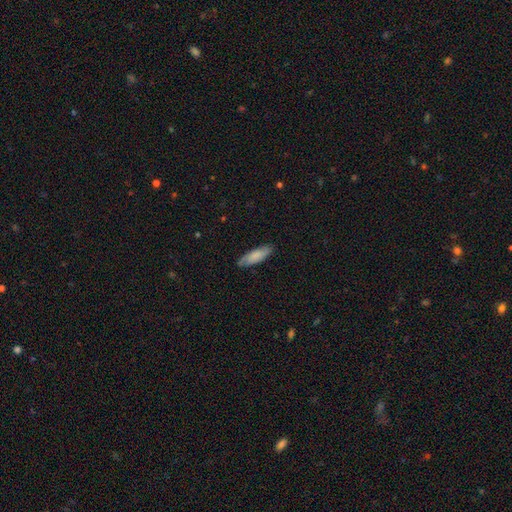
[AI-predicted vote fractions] Q: Smooth or featured?
A: smooth (70%); runner-up: featured or disk (24%)
Q: How rounded?
A: in between (57%); runner-up: cigar-shaped (41%)
Q: Merging?
A: none (81%); runner-up: minor disturbance (15%)